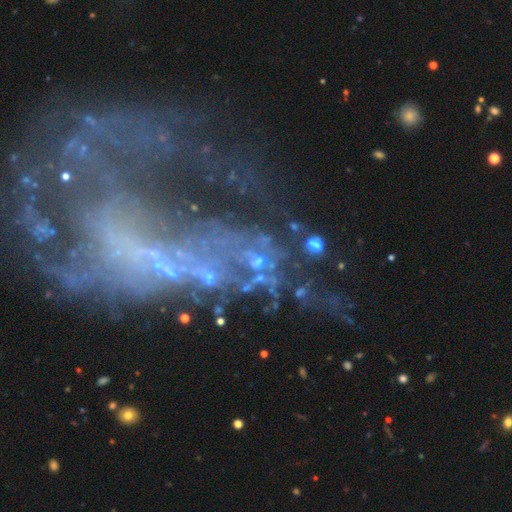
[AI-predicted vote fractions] Overall: featured or disk (51%; star or artifact 35%). Edge-on disk: no (93%). Merging: none (32%, tied with major disturbance).